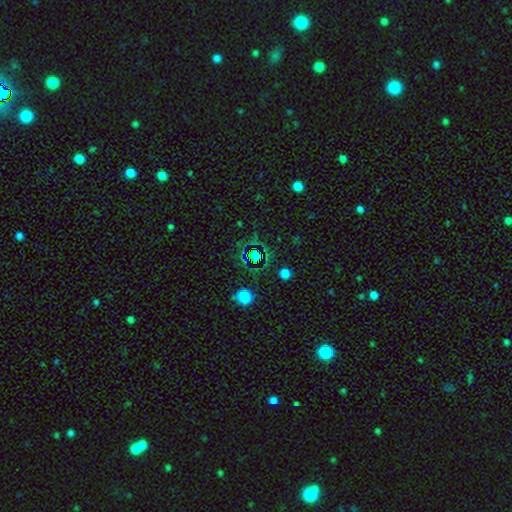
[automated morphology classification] type=star or artifact (65%).